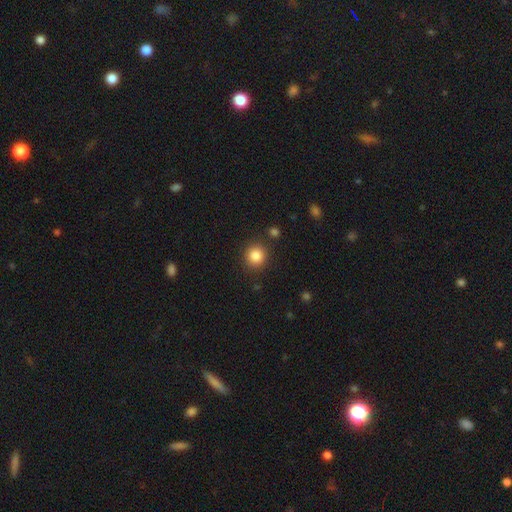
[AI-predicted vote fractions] smooth_or_featured: smooth (p=0.85) [alt: star or artifact p=0.10]
how_rounded: round (p=0.90) [alt: in between p=0.09]
merging: none (p=0.86) [alt: minor disturbance p=0.07]